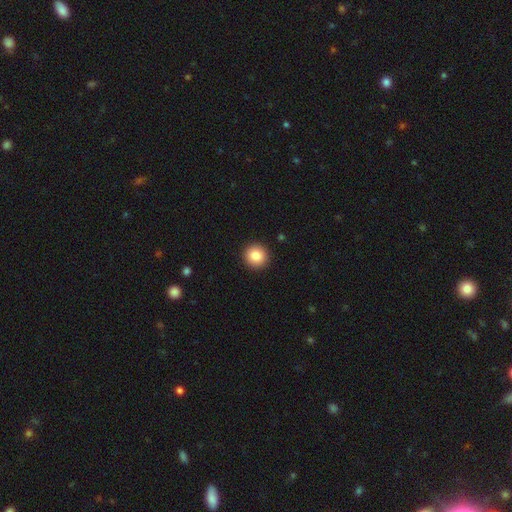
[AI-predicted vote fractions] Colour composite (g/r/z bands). It shows a smooth galaxy with no disk features (85%) that is round (94%). Merging: none (92%).